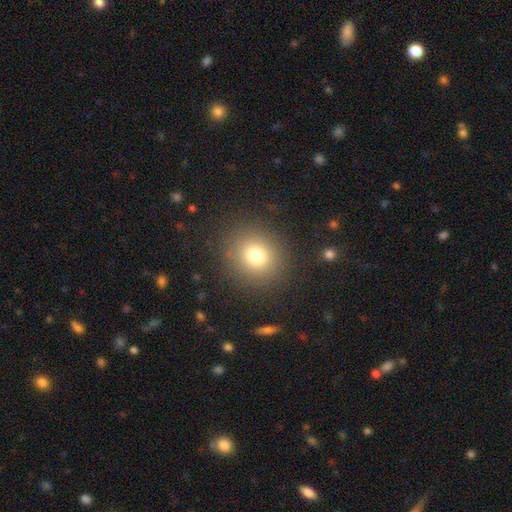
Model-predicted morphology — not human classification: Smooth or featured: smooth — 75% (star or artifact — 15%)
How rounded: round — 82% (in between — 17%)
Merging: none — 87% (minor disturbance — 7%)